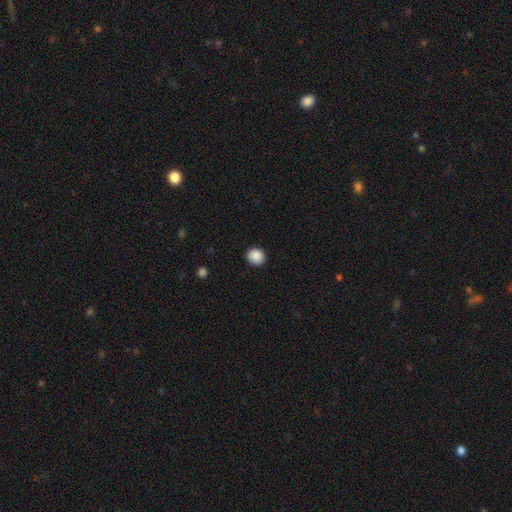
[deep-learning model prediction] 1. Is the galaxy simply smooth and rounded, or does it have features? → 89% smooth, 8% star or artifact, 3% featured or disk.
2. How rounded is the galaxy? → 76% round, 23% in between, 1% cigar-shaped.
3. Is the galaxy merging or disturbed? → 90% none, 7% minor disturbance, 2% major disturbance, 1% merger.